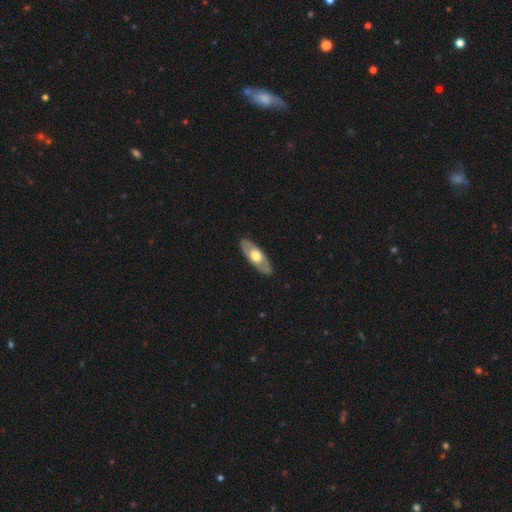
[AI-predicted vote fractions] smooth_or_featured: featured or disk (p=0.52) [alt: smooth p=0.44]
disk_edge_on: no (p=0.66) [alt: yes p=0.34]
merging: none (p=0.87) [alt: minor disturbance p=0.10]